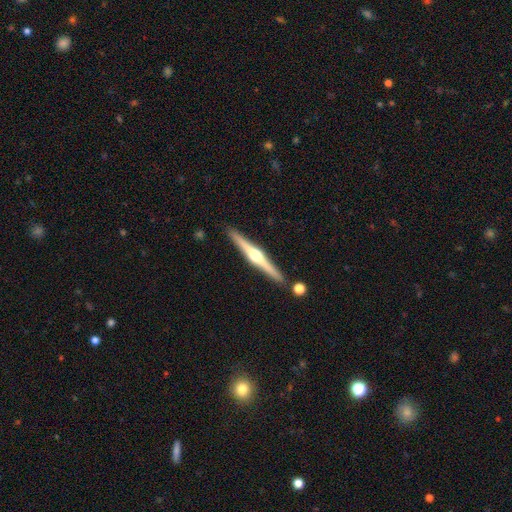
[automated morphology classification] Smooth or featured?
  - featured or disk: 81% *
  - smooth: 14%
  - star or artifact: 4%
Edge-on disk?
  - yes: 99% *
  - no: 1%
Edge-on bulge?
  - rounded: 95% *
  - boxy: 3%
  - none: 2%
Merging?
  - none: 90% *
  - minor disturbance: 6%
  - merger: 3%
  - major disturbance: 1%